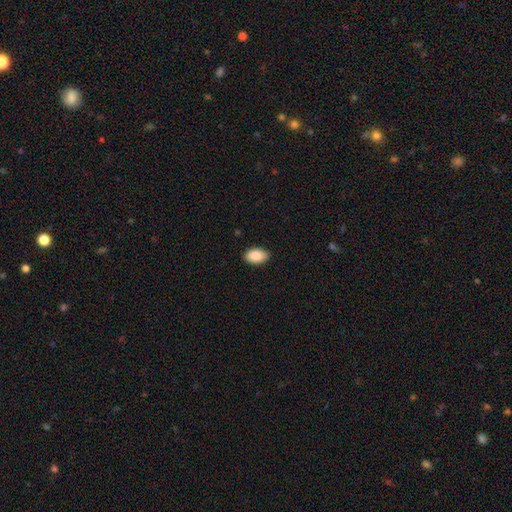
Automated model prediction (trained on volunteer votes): Smooth or featured? Predicted: smooth (p=0.90). How rounded? Predicted: in between (p=0.93). Merging? Predicted: none (p=0.84).